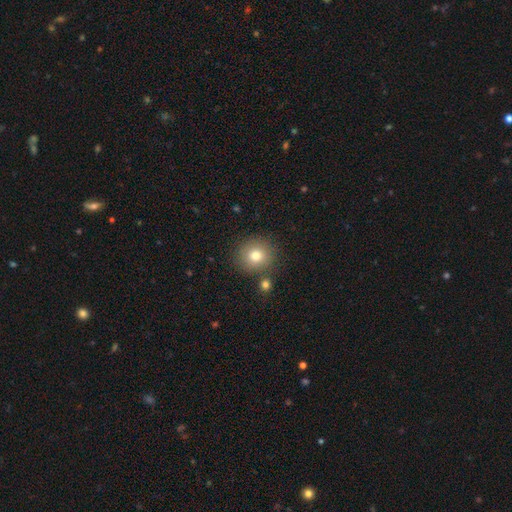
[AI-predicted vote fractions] Smooth or featured? Predicted: smooth (p=0.79). How rounded? Predicted: round (p=0.89). Merging? Predicted: none (p=0.81).